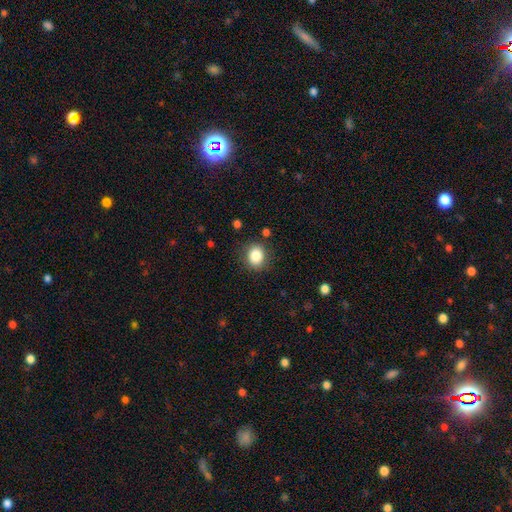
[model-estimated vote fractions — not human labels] Smooth or featured: smooth — 85% (star or artifact — 9%)
How rounded: round — 65% (in between — 34%)
Merging: none — 84% (minor disturbance — 10%)